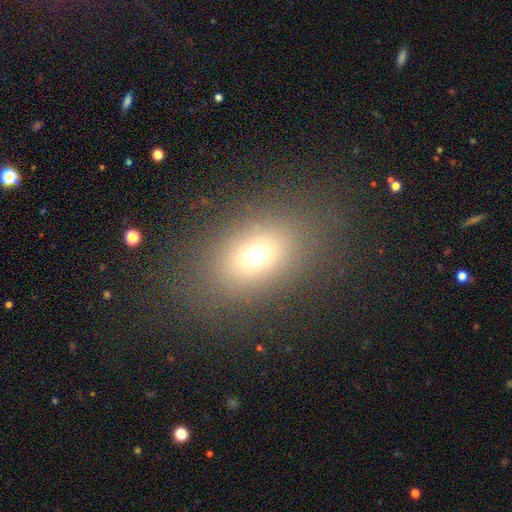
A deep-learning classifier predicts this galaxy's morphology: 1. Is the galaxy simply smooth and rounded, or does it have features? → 67% smooth, 19% star or artifact, 14% featured or disk.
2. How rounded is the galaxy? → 65% in between, 33% round, 2% cigar-shaped.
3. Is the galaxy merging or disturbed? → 78% none, 11% minor disturbance, 9% major disturbance, 2% merger.